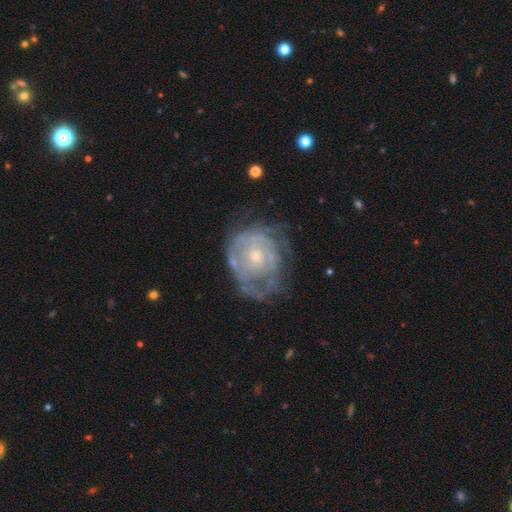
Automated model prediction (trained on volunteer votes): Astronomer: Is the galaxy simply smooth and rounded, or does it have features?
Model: featured or disk — 78%.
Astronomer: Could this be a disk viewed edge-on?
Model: no — 97%.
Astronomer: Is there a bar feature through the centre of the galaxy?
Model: no — 81%.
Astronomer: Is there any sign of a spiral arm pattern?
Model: yes — 74%.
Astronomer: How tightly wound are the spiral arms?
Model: tight — 66%.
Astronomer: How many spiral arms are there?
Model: can't tell — 56%.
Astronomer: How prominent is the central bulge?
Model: small — 62%.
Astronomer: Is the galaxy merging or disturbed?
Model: none — 55%.